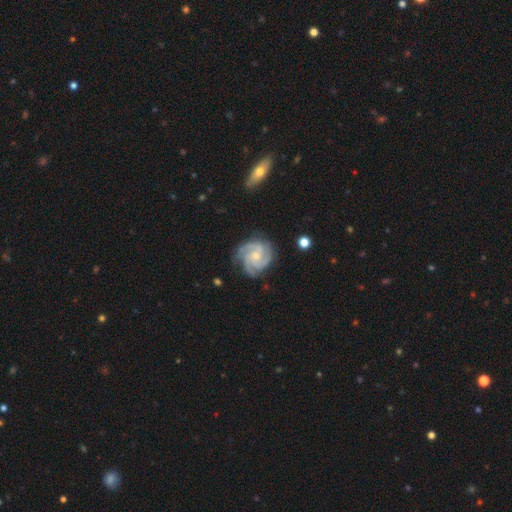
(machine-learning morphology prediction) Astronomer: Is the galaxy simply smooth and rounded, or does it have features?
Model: featured or disk — 92%.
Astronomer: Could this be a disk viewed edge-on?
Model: no — 98%.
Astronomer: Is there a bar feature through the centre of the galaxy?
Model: no — 70%.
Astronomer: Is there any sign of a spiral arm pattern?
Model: yes — 99%.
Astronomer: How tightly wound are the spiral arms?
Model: tight — 63%.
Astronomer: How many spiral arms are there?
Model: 3 — 56%.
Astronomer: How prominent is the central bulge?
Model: small — 67%.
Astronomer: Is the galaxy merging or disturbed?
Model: none — 78%.